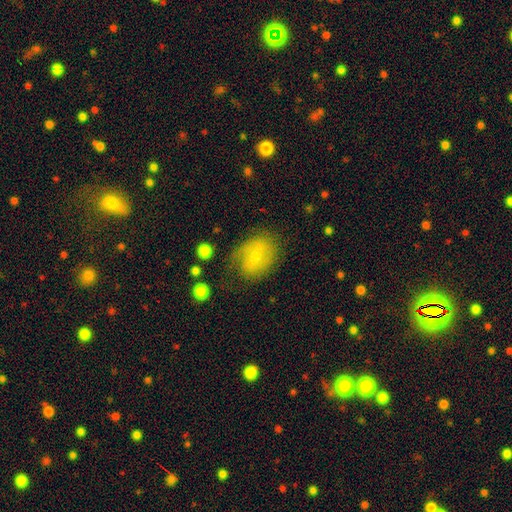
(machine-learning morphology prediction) smooth 49%, featured or disk 43%, star or artifact 8%. Down the decision tree: merging — none (65%).